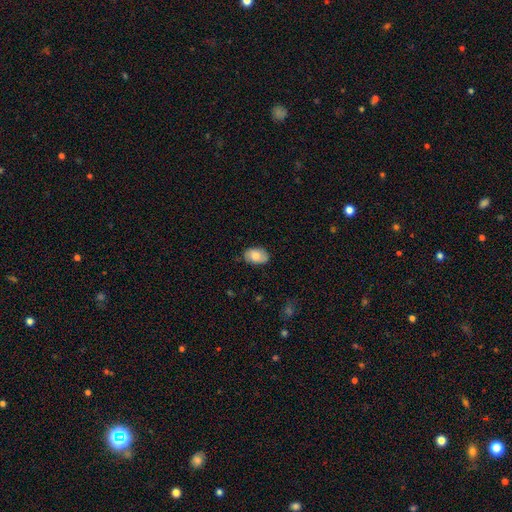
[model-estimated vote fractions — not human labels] Smooth or featured? Predicted: smooth (p=0.75). How rounded? Predicted: in between (p=0.88). Merging? Predicted: none (p=0.79).